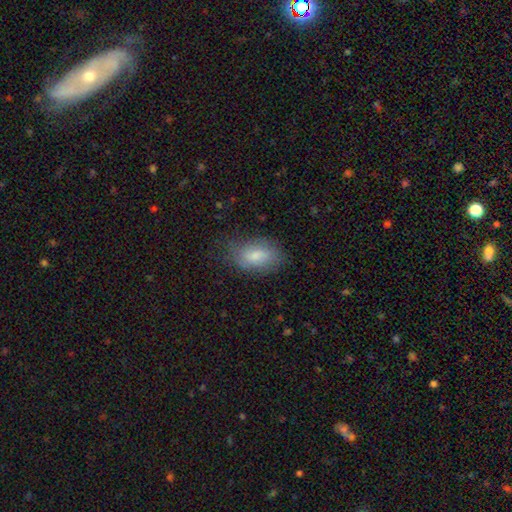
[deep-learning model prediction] Smooth or featured? Predicted: smooth (p=0.73). How rounded? Predicted: in between (p=0.89). Merging? Predicted: none (p=0.66).